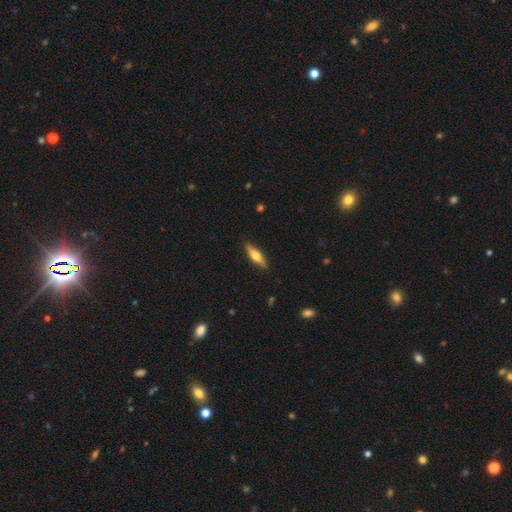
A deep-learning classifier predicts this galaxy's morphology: Smooth or featured? Predicted: smooth (p=0.52). How rounded? Predicted: cigar-shaped (p=0.63). Merging? Predicted: none (p=0.89).